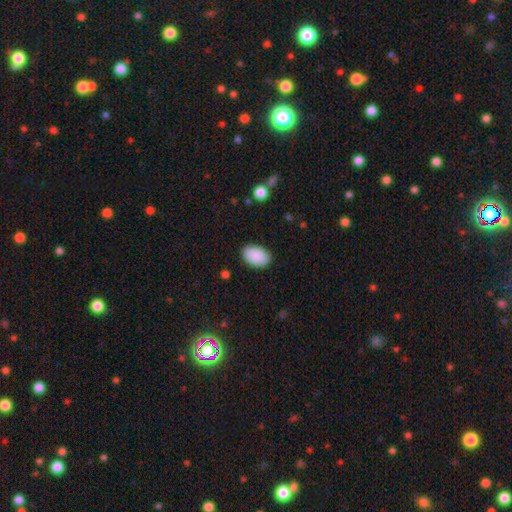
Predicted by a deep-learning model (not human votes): A smooth galaxy with no disk features (91%) that is in between round and cigar-shaped (92%).

Vote fractions:
- Smooth or featured? smooth: 91% / star or artifact: 6% / featured or disk: 3%
- How rounded? in between: 92% / round: 7% / cigar-shaped: 1%
- Merging? none: 88% / minor disturbance: 9% / major disturbance: 2% / merger: 1%